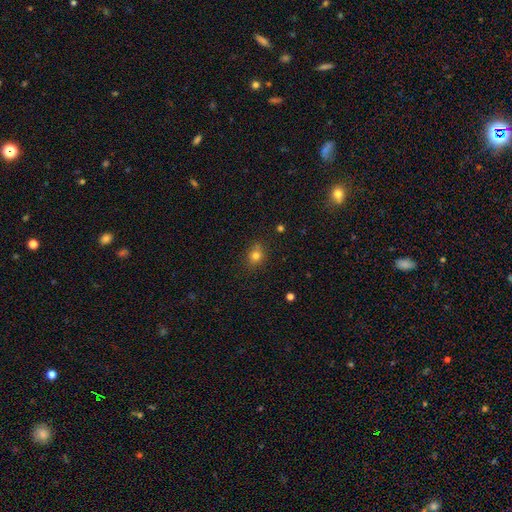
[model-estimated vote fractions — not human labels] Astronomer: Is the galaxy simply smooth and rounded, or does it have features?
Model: smooth — 78%.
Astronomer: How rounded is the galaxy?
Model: round — 66%.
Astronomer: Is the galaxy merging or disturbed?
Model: none — 80%.